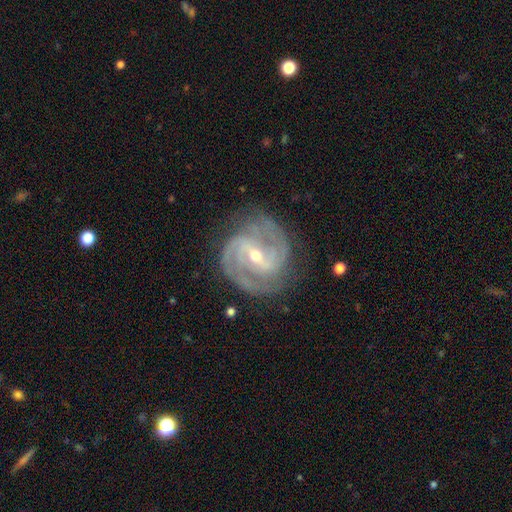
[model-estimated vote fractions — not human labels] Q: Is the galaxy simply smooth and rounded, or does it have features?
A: featured or disk — 92%.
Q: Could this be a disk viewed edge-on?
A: no — 98%.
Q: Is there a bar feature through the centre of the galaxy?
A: weak — 44%.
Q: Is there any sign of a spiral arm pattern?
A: yes — 98%.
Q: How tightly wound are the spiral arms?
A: tight — 49%.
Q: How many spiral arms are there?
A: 2 — 58%.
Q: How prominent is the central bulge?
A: small — 54%.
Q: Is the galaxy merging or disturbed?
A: none — 77%.